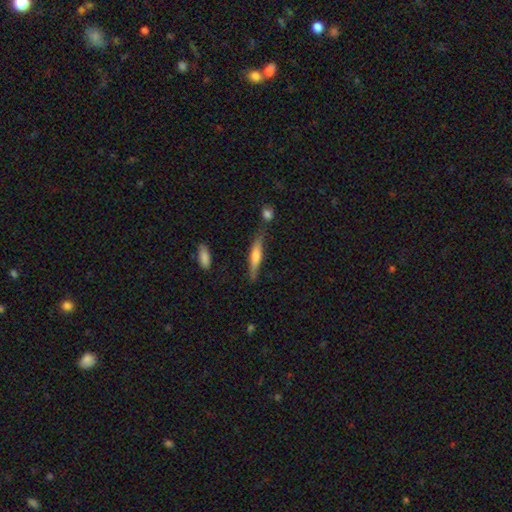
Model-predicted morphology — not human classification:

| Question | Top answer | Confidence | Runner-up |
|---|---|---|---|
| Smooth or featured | smooth | 51% | featured or disk (43%) |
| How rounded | cigar-shaped | 83% | in between (15%) |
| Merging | none | 70% | minor disturbance (18%) |